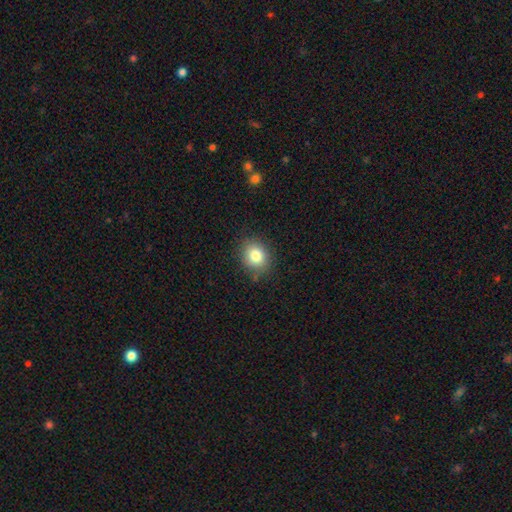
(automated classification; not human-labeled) A smooth galaxy with no disk features (82%) that is round (64%). Merging: none (82%).